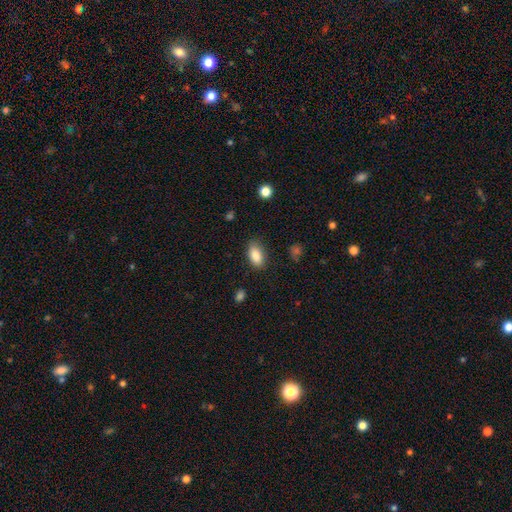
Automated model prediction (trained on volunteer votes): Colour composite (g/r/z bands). It shows a smooth galaxy with no disk features (85%) that is in between round and cigar-shaped (91%). Merging: none (83%).